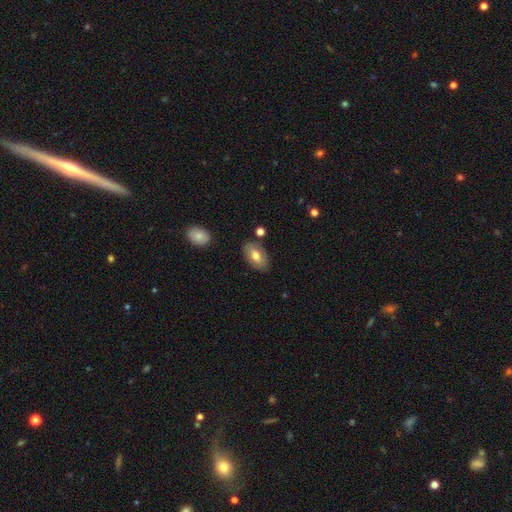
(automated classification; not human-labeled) Smooth or featured? smooth (70%)
How rounded? in between (93%)
Merging? none (80%)